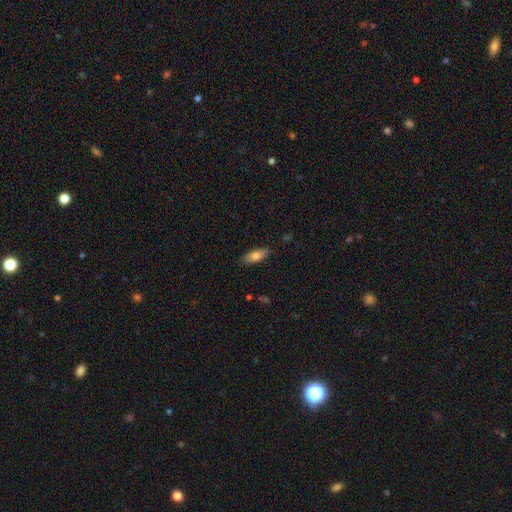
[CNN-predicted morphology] Smooth or featured? Predicted: smooth (p=0.78). How rounded? Predicted: in between (p=0.78). Merging? Predicted: none (p=0.85).